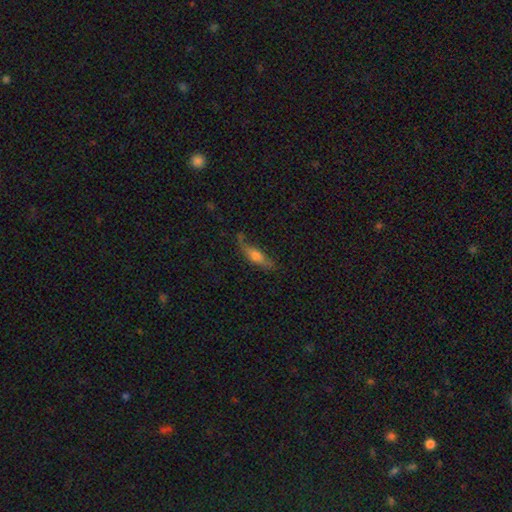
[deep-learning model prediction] A smooth galaxy with no disk features (52%) that is cigar-shaped (59%).

Vote fractions:
- Smooth or featured? smooth: 52% / featured or disk: 40% / star or artifact: 8%
- How rounded? cigar-shaped: 59% / in between: 37% / round: 4%
- Merging? none: 58% / minor disturbance: 27% / major disturbance: 12% / merger: 3%